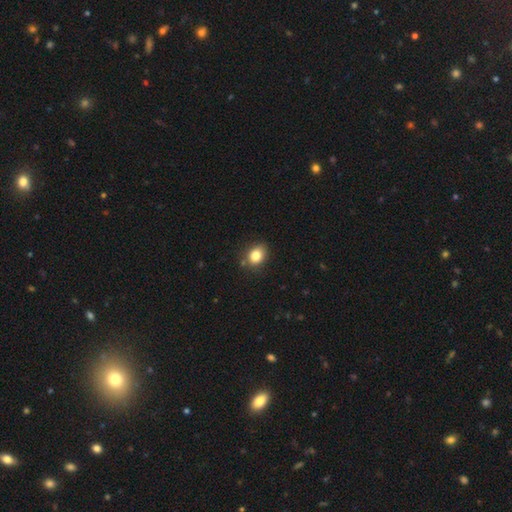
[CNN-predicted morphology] smooth 82%, star or artifact 10%, featured or disk 7%. Down the decision tree: how rounded — in between (52%); merging — none (79%).